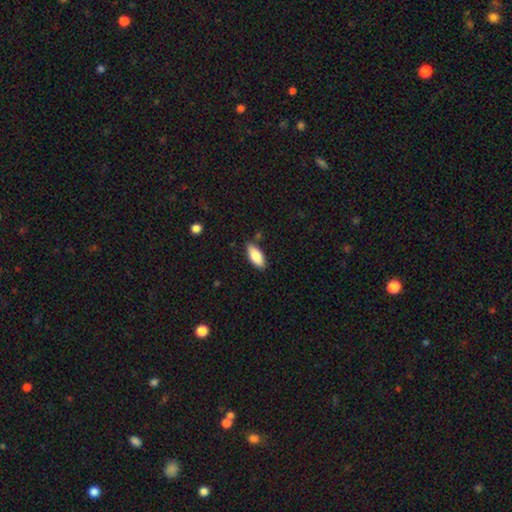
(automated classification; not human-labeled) smooth_or_featured: smooth (p=0.84) [alt: featured or disk p=0.10]
how_rounded: in between (p=0.85) [alt: cigar-shaped p=0.13]
merging: none (p=0.83) [alt: minor disturbance p=0.13]